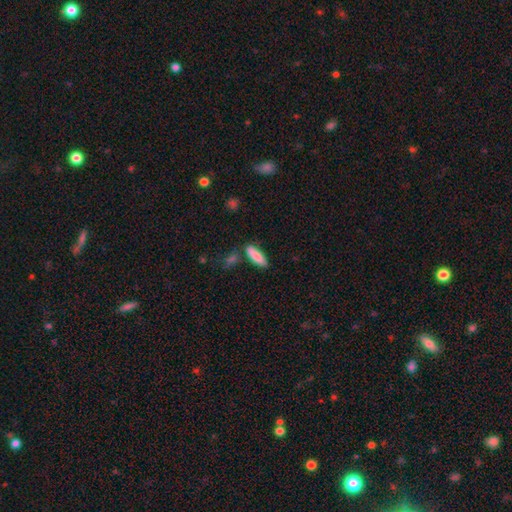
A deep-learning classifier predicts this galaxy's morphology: smooth_or_featured: smooth (p=0.86) [alt: featured or disk p=0.08]
how_rounded: in between (p=0.50) [alt: cigar-shaped p=0.48]
merging: none (p=0.76) [alt: minor disturbance p=0.13]